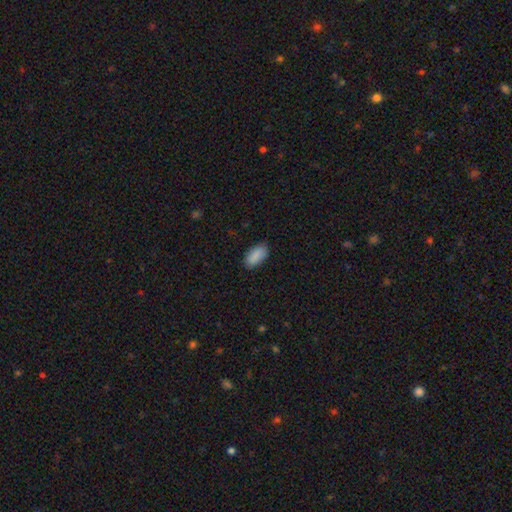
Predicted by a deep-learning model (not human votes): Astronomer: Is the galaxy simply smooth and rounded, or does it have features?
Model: smooth — 89%.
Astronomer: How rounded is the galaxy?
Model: in between — 93%.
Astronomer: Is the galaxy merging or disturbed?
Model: none — 84%.